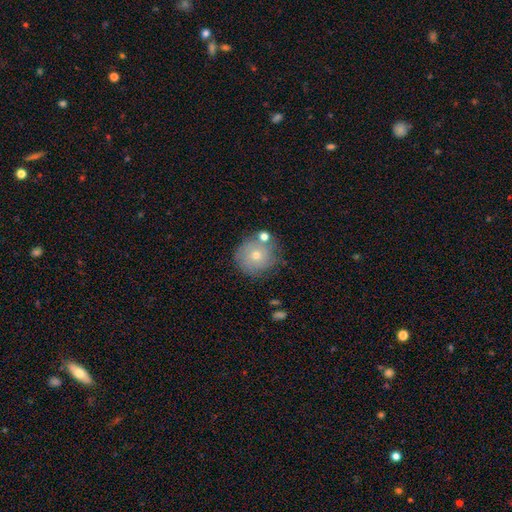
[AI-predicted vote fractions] Overall: smooth (58%; featured or disk 29%). How rounded: round (92%). Merging: none (72%).